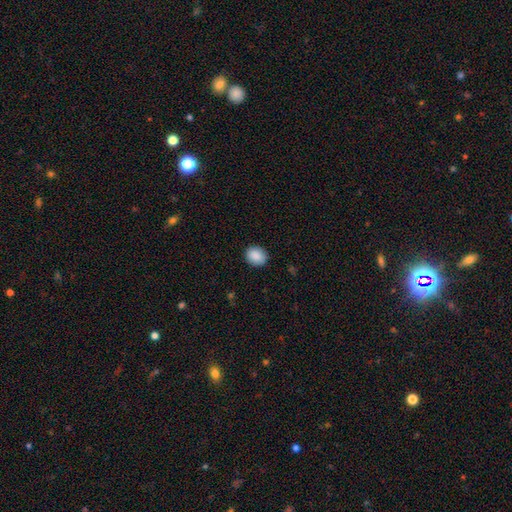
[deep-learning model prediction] This appears to be a smooth galaxy with no disk features (89%) that is round (62%). Merging: none (89%).